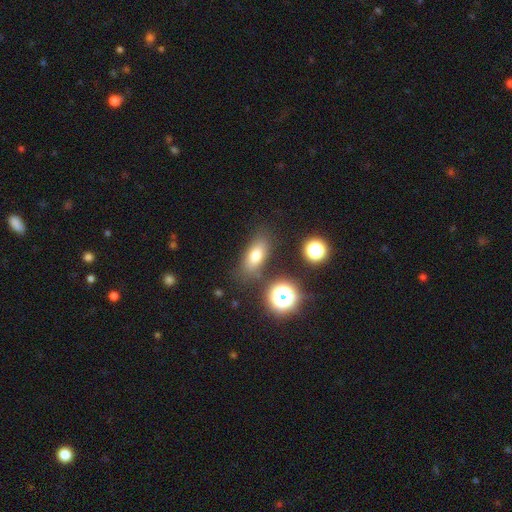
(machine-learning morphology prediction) Smooth or featured? smooth (70%)
How rounded? in between (73%)
Merging? none (79%)